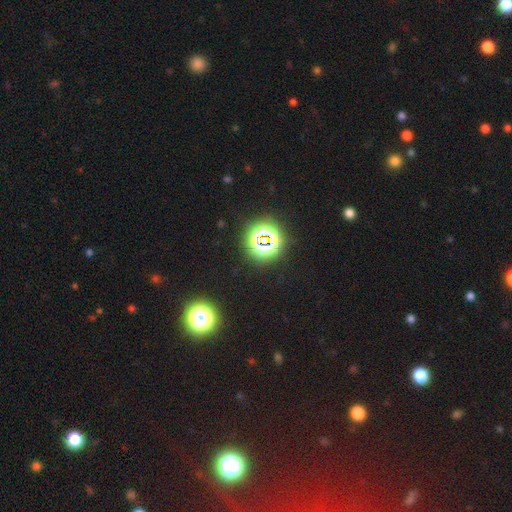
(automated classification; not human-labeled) smooth-or-featured: star or artifact: 79% | smooth: 14% | featured or disk: 7%